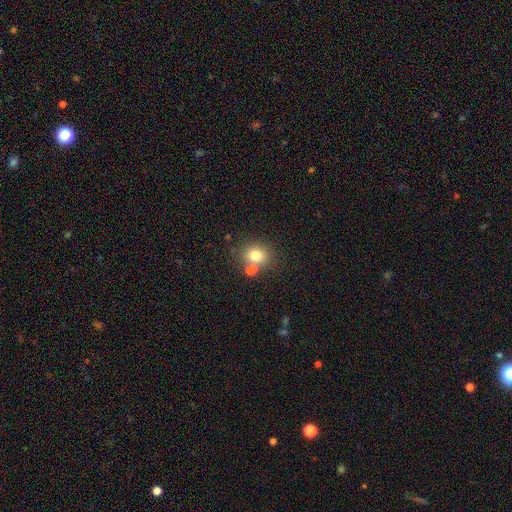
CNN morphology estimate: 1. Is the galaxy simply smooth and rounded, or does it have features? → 77% smooth, 13% star or artifact, 11% featured or disk.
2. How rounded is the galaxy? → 66% round, 33% in between, 1% cigar-shaped.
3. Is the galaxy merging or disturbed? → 61% none, 25% merger, 11% minor disturbance, 4% major disturbance.